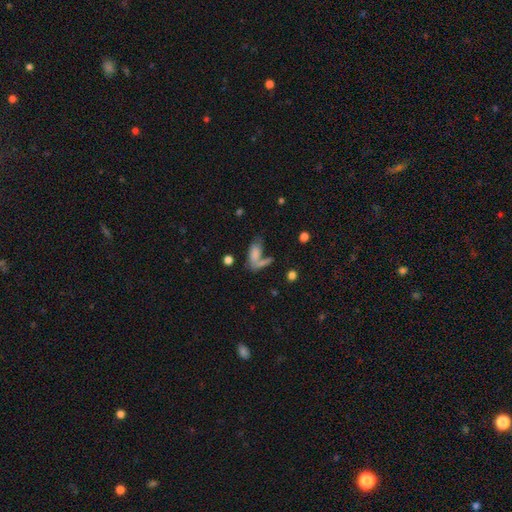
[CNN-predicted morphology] smooth 73%, featured or disk 17%, star or artifact 10%. Down the decision tree: how rounded — in between (77%); merging — none (36%, tied with merger).